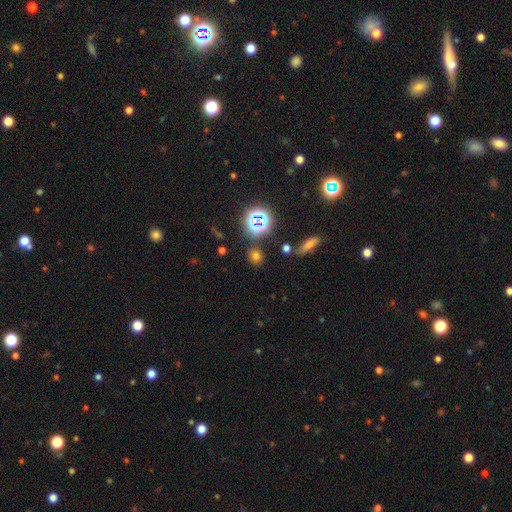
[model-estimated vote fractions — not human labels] Smooth or featured?
  - smooth: 65% *
  - star or artifact: 28%
  - featured or disk: 7%
How rounded?
  - round: 76% *
  - in between: 22%
  - cigar-shaped: 2%
Merging?
  - none: 83% *
  - minor disturbance: 9%
  - merger: 5%
  - major disturbance: 3%